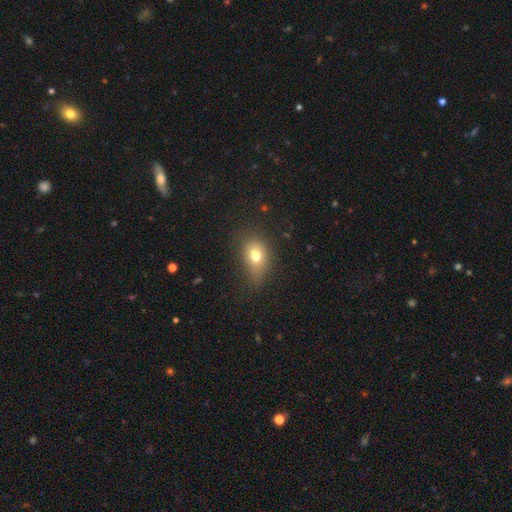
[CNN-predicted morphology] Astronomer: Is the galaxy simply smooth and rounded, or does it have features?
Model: smooth — 74%.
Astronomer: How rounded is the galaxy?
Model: in between — 70%.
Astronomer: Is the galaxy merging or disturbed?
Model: none — 59%.